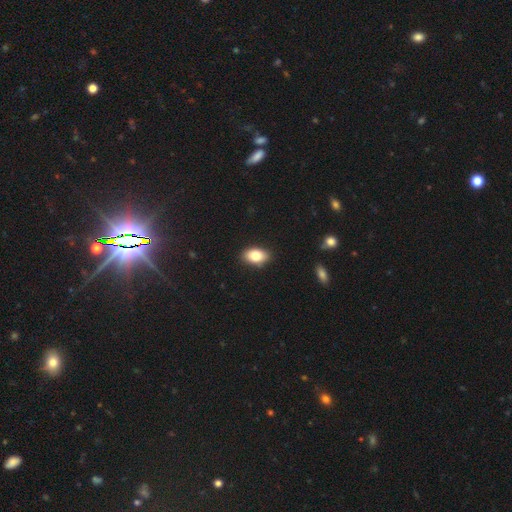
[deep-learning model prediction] A smooth galaxy with no disk features (83%) that is in between round and cigar-shaped (89%).

Vote fractions:
- Smooth or featured? smooth: 83% / featured or disk: 10% / star or artifact: 8%
- How rounded? in between: 89% / round: 9% / cigar-shaped: 2%
- Merging? none: 87% / minor disturbance: 10% / major disturbance: 2% / merger: 1%